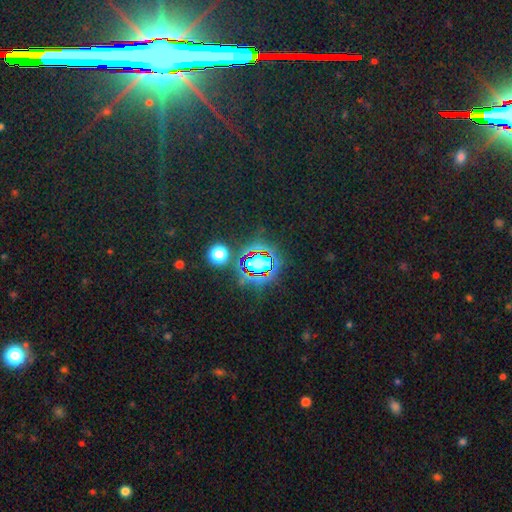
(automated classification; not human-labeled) Smooth or featured? Predicted: star or artifact (p=0.84).